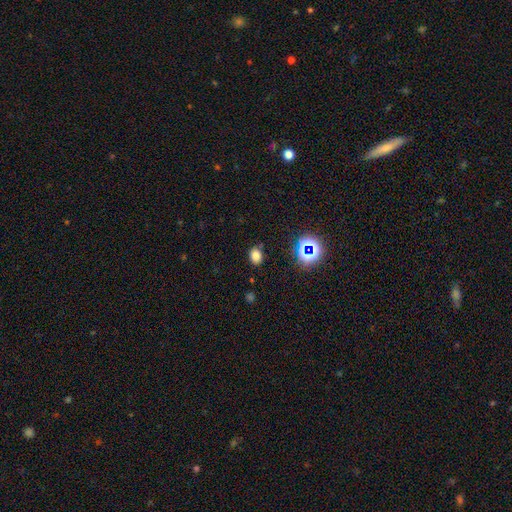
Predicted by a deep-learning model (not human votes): Smooth or featured?
  - smooth: 73% *
  - star or artifact: 19%
  - featured or disk: 7%
How rounded?
  - in between: 64% *
  - round: 35%
  - cigar-shaped: 1%
Merging?
  - none: 83% *
  - minor disturbance: 11%
  - major disturbance: 3%
  - merger: 2%